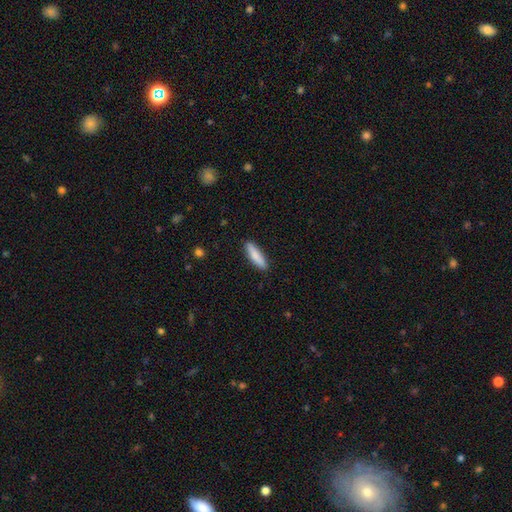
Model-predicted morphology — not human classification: This appears to be a smooth galaxy with no disk features (83%) that is cigar-shaped (72%). Merging: none (89%).